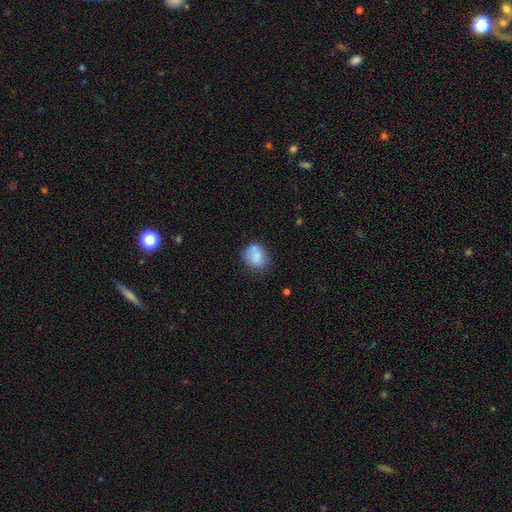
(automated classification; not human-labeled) Smooth or featured? Predicted: smooth (p=0.78). How rounded? Predicted: round (p=0.63). Merging? Predicted: none (p=0.59).